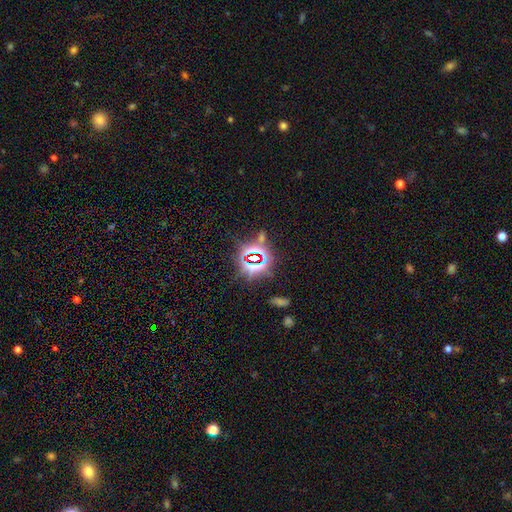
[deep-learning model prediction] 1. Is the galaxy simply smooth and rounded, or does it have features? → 77% star or artifact, 14% smooth, 9% featured or disk.